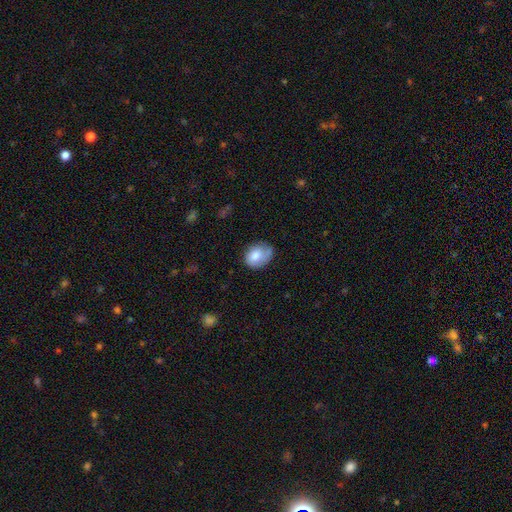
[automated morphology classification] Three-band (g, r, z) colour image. It shows a smooth galaxy with no disk features (73%) that is in between round and cigar-shaped (61%). Merging: none (52%).